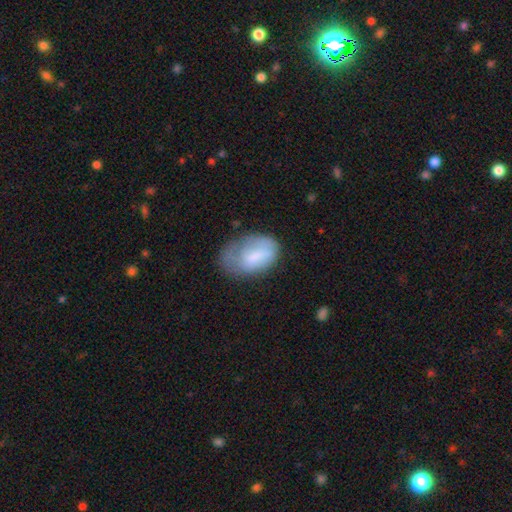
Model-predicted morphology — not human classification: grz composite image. It shows a smooth galaxy with no disk features (65%) that is in between round and cigar-shaped (87%). Merging: none (39%).